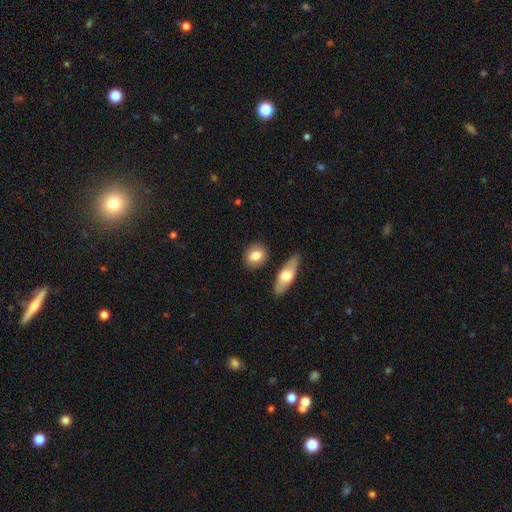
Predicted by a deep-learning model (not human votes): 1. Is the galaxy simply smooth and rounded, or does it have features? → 80% smooth, 14% featured or disk, 6% star or artifact.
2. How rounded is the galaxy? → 50% in between, 46% round, 4% cigar-shaped.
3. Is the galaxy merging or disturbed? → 81% none, 10% minor disturbance, 6% merger, 3% major disturbance.